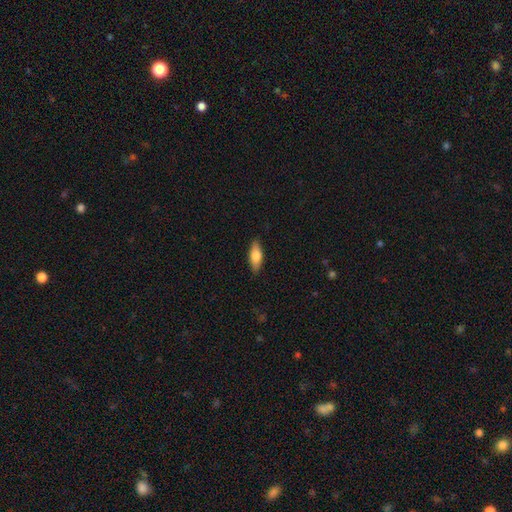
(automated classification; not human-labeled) Smooth or featured: smooth — 69% (featured or disk — 25%)
How rounded: in between — 66% (cigar-shaped — 32%)
Merging: none — 87% (minor disturbance — 10%)